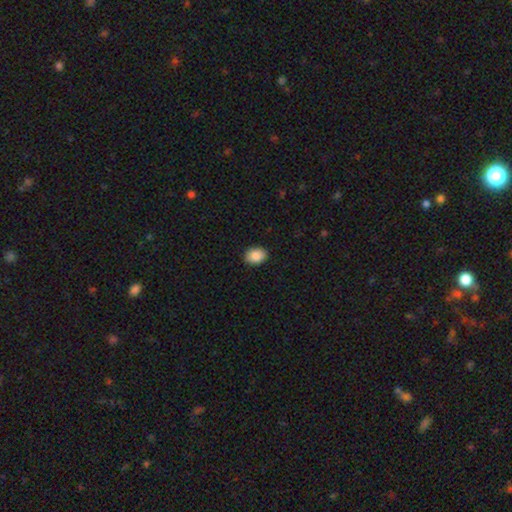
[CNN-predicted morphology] This appears to be a smooth galaxy with no disk features (89%) that is in between round and cigar-shaped (69%). Merging: none (90%).